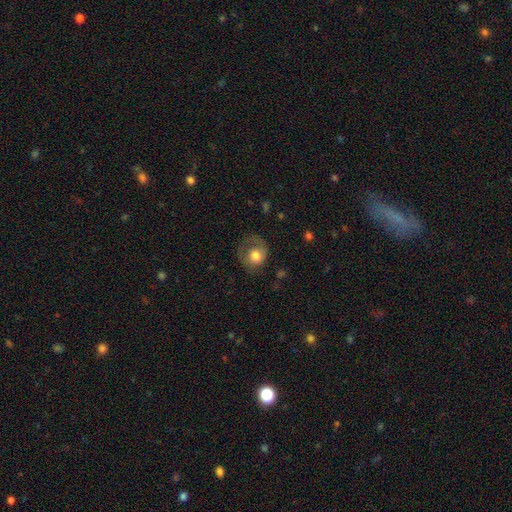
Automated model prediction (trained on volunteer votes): Smooth or featured? Predicted: smooth (p=0.64). How rounded? Predicted: round (p=0.69). Merging? Predicted: none (p=0.47).